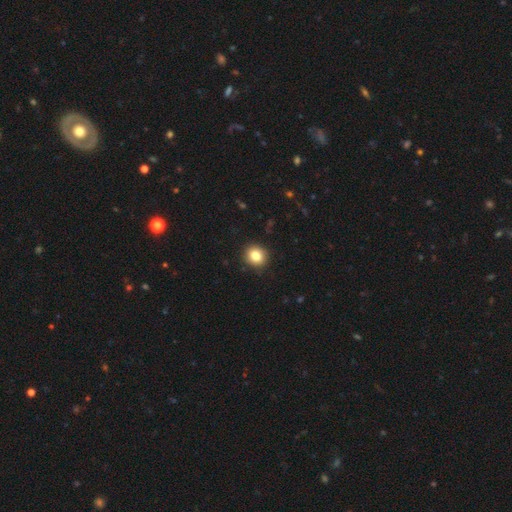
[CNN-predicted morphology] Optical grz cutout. It shows a smooth galaxy with no disk features (83%) that is round (82%). Merging: none (91%).